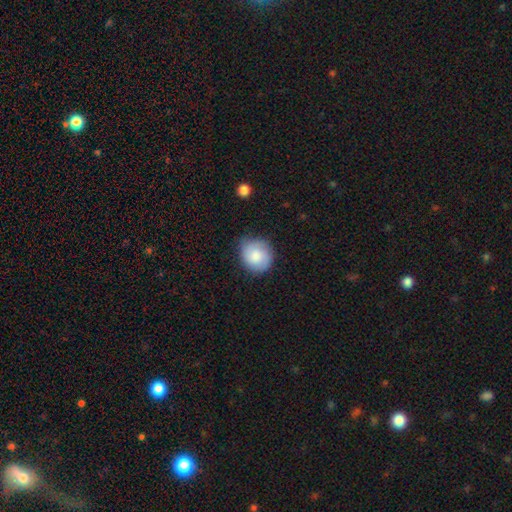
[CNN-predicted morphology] Smooth or featured? Predicted: smooth (p=0.80). How rounded? Predicted: round (p=0.79). Merging? Predicted: none (p=0.73).